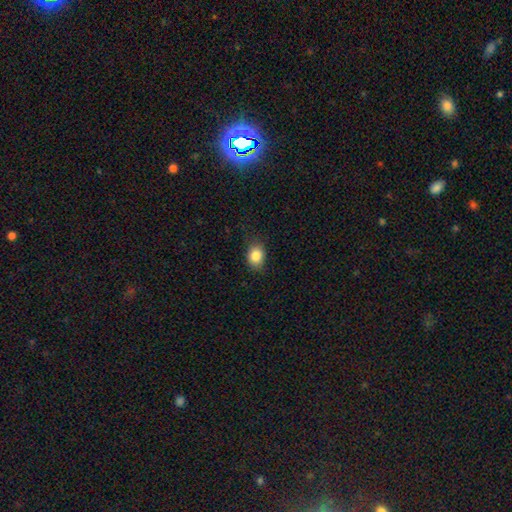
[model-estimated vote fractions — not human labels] Smooth or featured? smooth (85%)
How rounded? in between (59%)
Merging? none (82%)